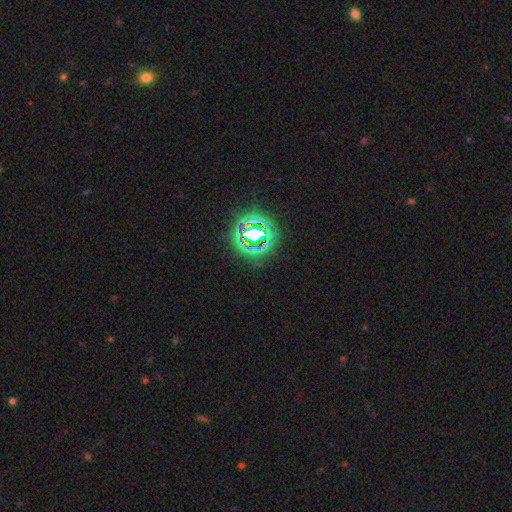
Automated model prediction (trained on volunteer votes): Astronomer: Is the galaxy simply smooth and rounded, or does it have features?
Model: star or artifact — 75%.